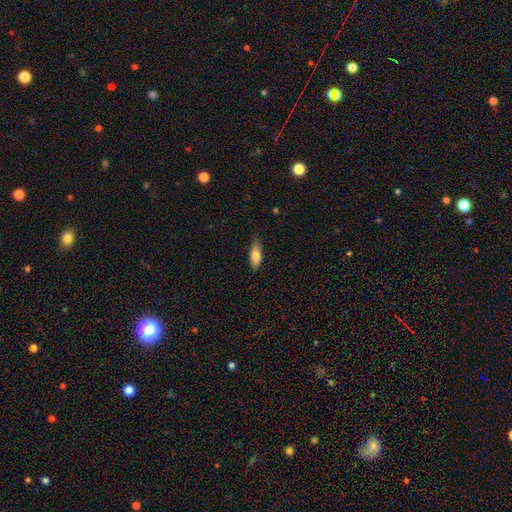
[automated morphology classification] type=smooth (79%); roundness=in between (66%); merging=none (78%).